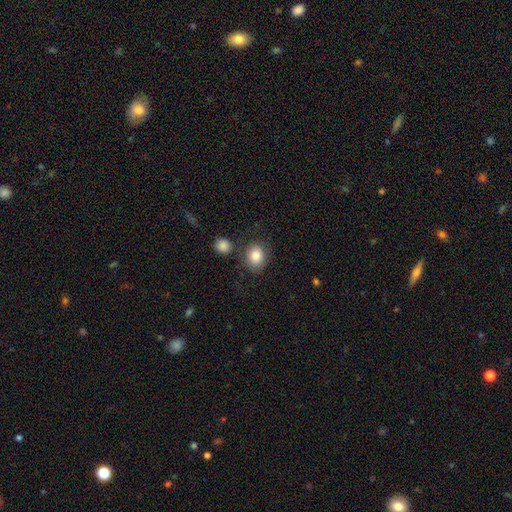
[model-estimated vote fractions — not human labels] The model was most divided on "how rounded": round: 56%, in between: 43%, cigar-shaped: 1%. More confident: smooth or featured — smooth (85%); merging — none (75%).